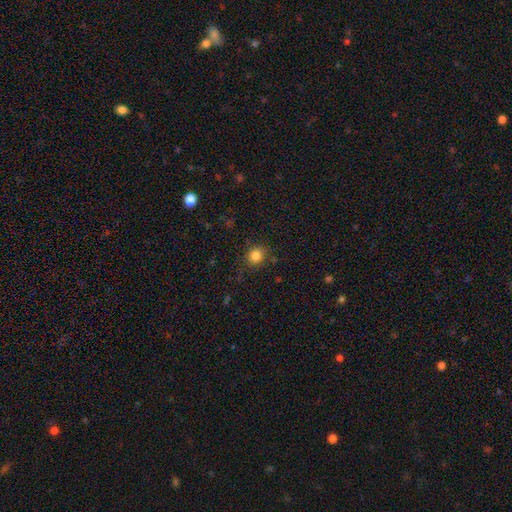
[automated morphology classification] Smooth or featured? smooth (84%)
How rounded? round (87%)
Merging? none (82%)